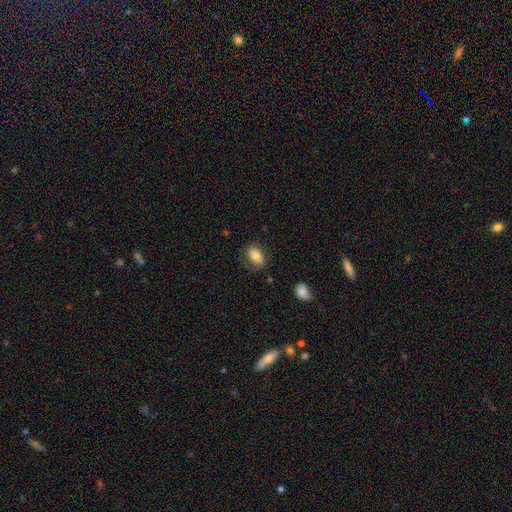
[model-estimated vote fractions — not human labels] Smooth or featured? smooth (75%)
How rounded? in between (86%)
Merging? none (72%)